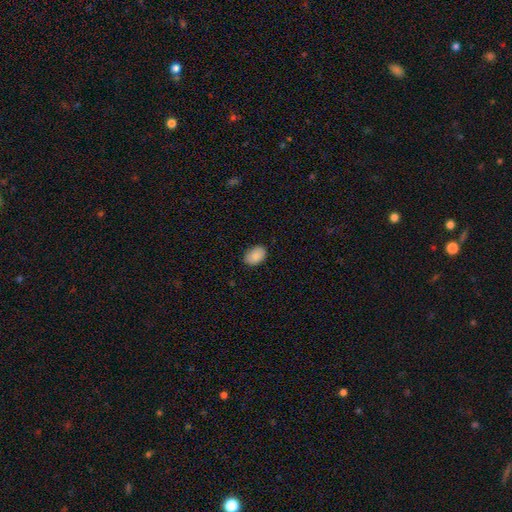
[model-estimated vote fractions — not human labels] Overall: smooth (88%). How rounded: in between (84%). Merging: none (84%).